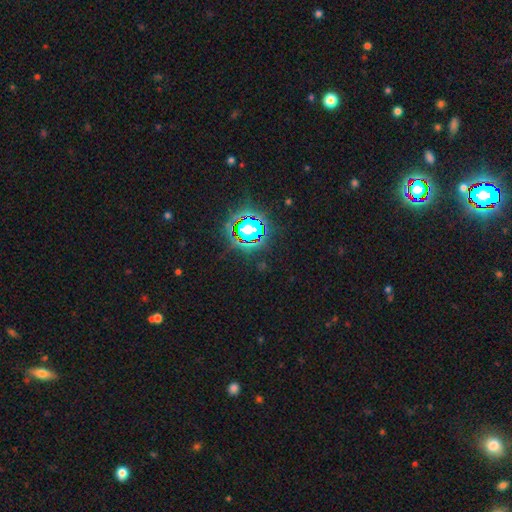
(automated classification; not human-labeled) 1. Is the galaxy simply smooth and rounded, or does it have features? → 82% star or artifact, 11% smooth, 7% featured or disk.